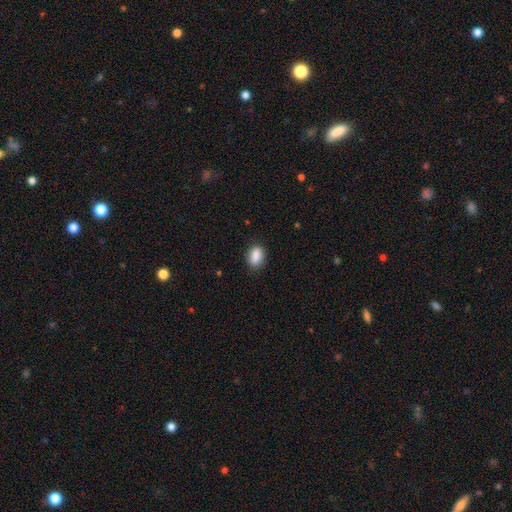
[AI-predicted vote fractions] Smooth or featured: smooth — 87% (star or artifact — 8%)
How rounded: in between — 82% (round — 15%)
Merging: none — 81% (minor disturbance — 14%)